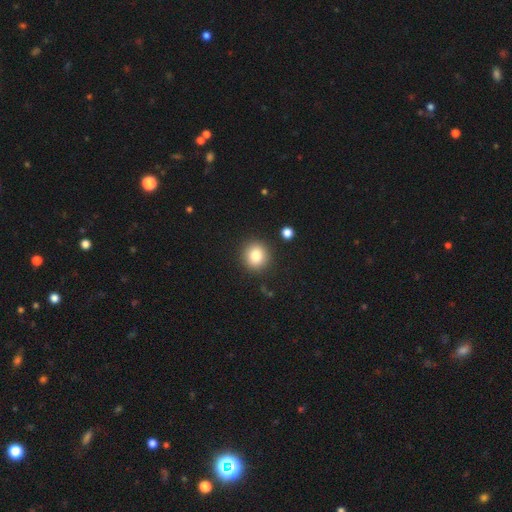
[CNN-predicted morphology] Overall: smooth (82%). How rounded: round (90%). Merging: none (89%).